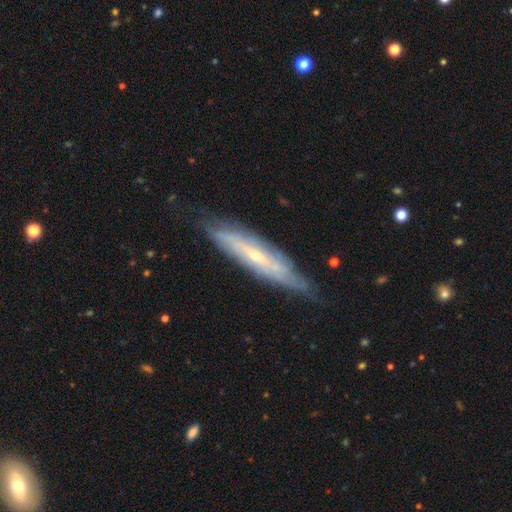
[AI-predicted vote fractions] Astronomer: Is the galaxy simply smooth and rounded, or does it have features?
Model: featured or disk — 75%.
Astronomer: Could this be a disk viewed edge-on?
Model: yes — 52% (runner-up: no, 48%).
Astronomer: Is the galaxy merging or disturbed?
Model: none — 74%.